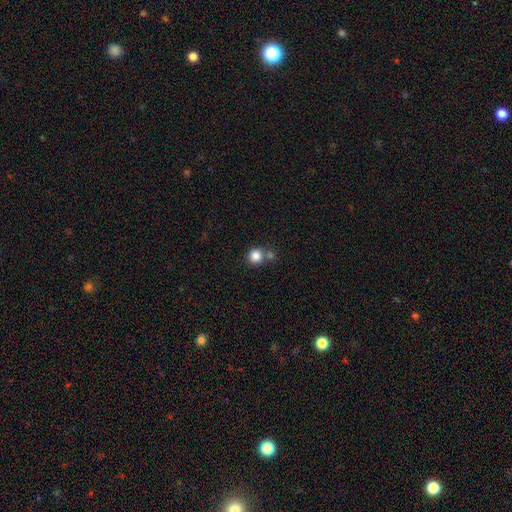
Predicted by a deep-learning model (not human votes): This appears to be a smooth galaxy with no disk features (84%) that is round (91%). Merging: none (62%).